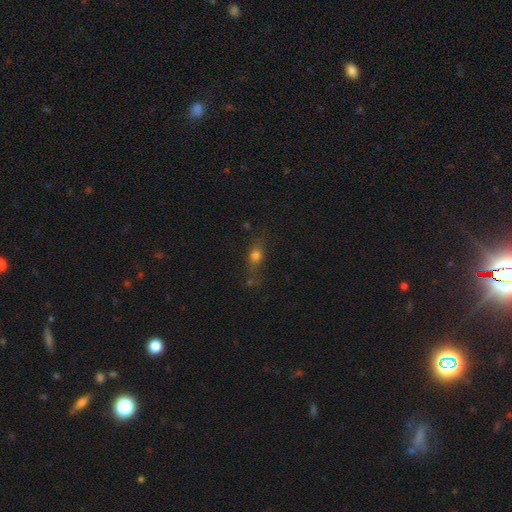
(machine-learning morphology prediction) The model was most divided on "how rounded": in between: 51%, cigar-shaped: 27%, round: 22%. More confident: merging — none (64%); smooth or featured — smooth (64%).